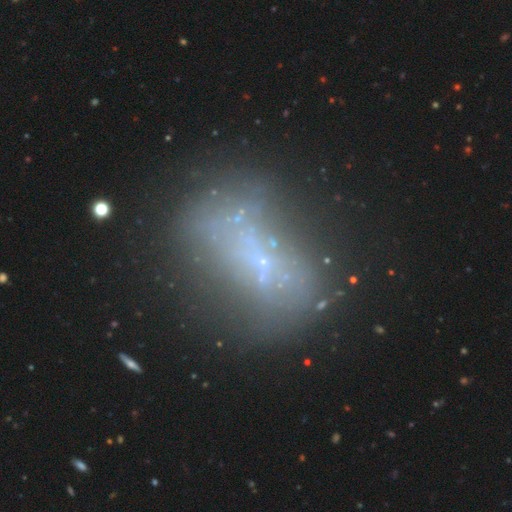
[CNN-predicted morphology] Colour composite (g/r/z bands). It shows a featured or disk galaxy (45%). Merging: none (44%).